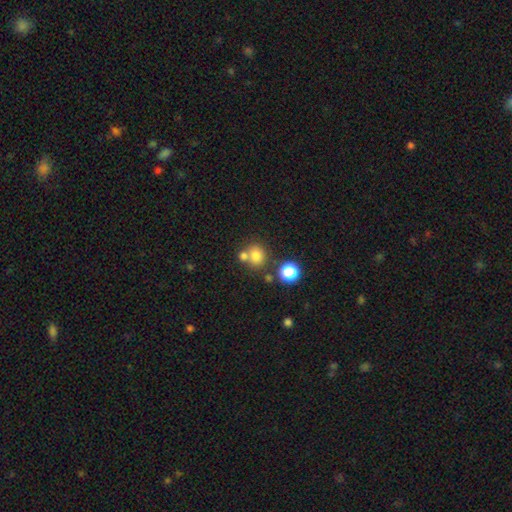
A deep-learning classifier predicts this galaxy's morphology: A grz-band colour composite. It shows a smooth galaxy with no disk features (76%) that is round (77%). Merging: none (59%).